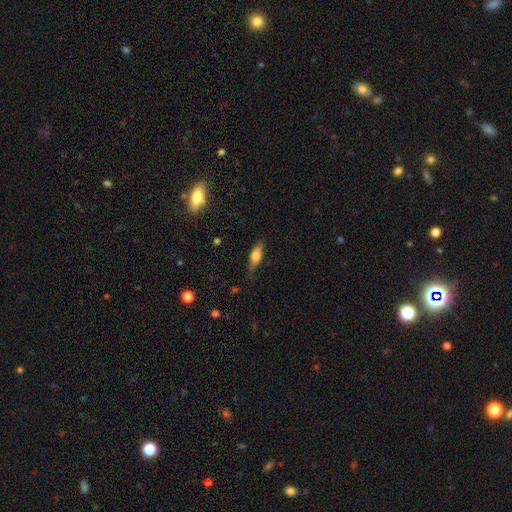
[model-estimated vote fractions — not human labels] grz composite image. It shows a smooth galaxy with no disk features (57%) that is in between round and cigar-shaped (51%). Merging: none (75%).